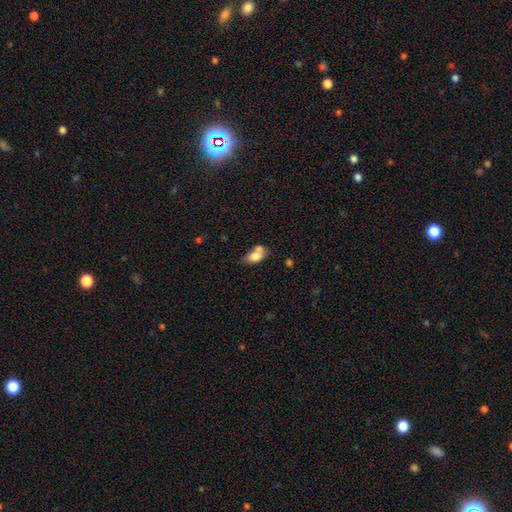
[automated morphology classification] Overall: smooth (75%). How rounded: in between (85%). Merging: merger (41%; none 33%).